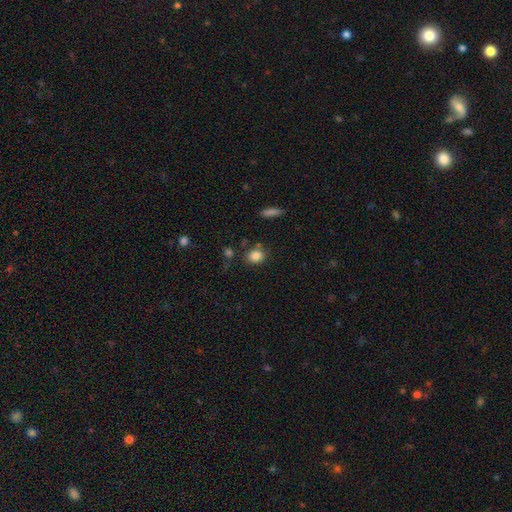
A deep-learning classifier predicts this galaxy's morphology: The model was most divided on "how rounded": round: 58%, in between: 41%, cigar-shaped: 2%. More confident: smooth or featured — smooth (85%); merging — none (79%).